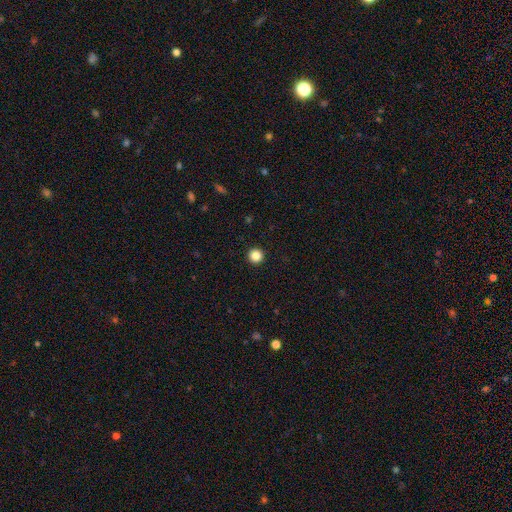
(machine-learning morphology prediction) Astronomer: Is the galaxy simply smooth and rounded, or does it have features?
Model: smooth — 86%.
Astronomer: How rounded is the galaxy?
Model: round — 96%.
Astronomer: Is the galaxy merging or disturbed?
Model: none — 94%.